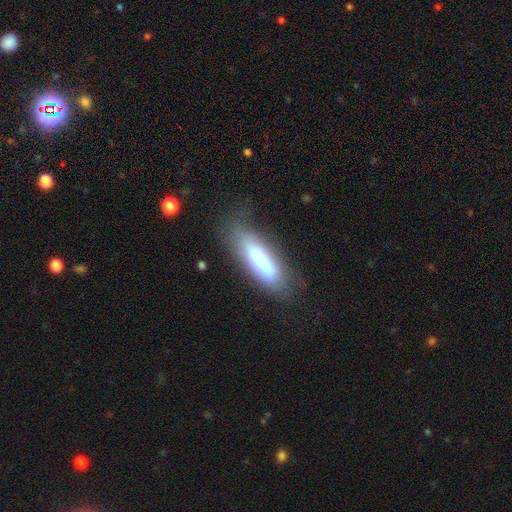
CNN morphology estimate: This appears to be a smooth galaxy with no disk features (66%) that is in between round and cigar-shaped (53%). Merging: none (70%).